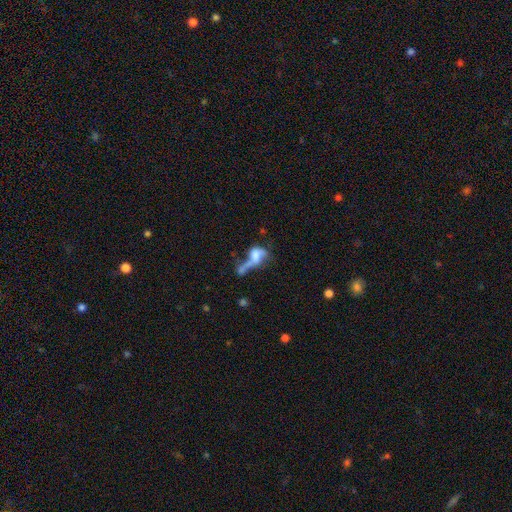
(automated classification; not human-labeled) Q: Smooth or featured?
A: smooth (50%); runner-up: featured or disk (38%)
Q: Merging?
A: merger (44%); runner-up: major disturbance (29%)